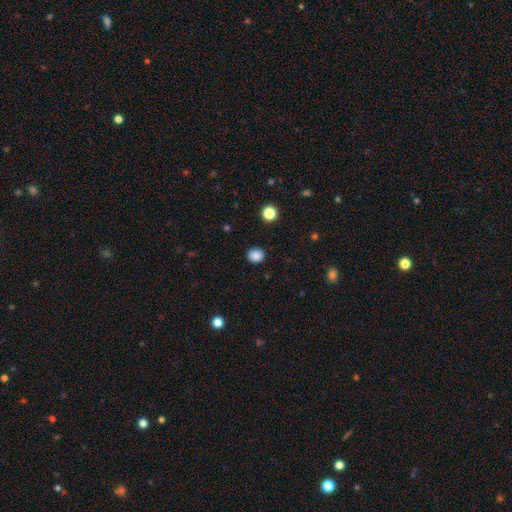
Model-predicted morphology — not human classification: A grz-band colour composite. It shows a smooth galaxy with no disk features (87%) that is round (80%). Merging: none (90%).